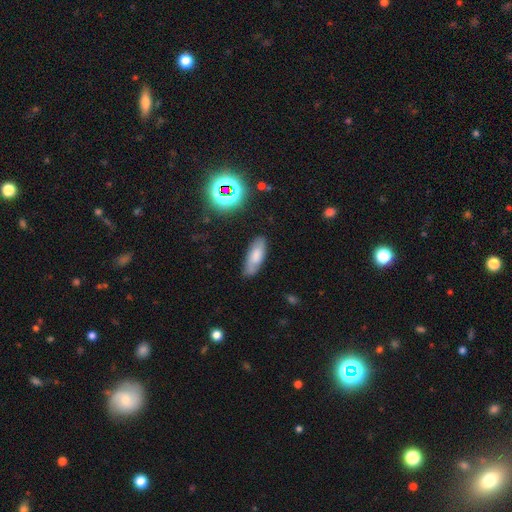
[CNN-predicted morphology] smooth-or-featured: smooth: 66% | featured or disk: 24% | star or artifact: 10%
  how-rounded: in between: 70% | cigar-shaped: 28% | round: 2%
  merging: none: 78% | minor disturbance: 17% | major disturbance: 4% | merger: 2%